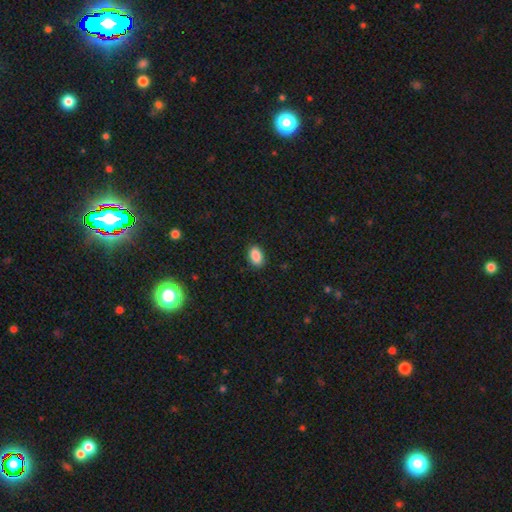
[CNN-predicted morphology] Smooth or featured?
  - smooth: 89% *
  - star or artifact: 8%
  - featured or disk: 3%
How rounded?
  - in between: 91% *
  - round: 8%
  - cigar-shaped: 2%
Merging?
  - none: 89% *
  - minor disturbance: 8%
  - major disturbance: 2%
  - merger: 1%